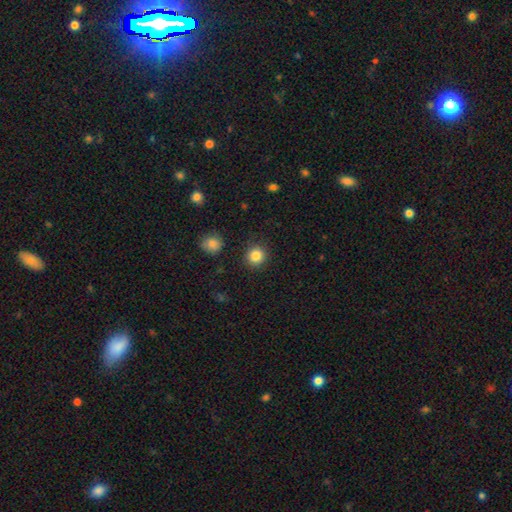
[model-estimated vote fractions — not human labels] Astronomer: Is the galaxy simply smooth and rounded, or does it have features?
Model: smooth — 85%.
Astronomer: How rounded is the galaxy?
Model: round — 91%.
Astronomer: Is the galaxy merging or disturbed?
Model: none — 89%.